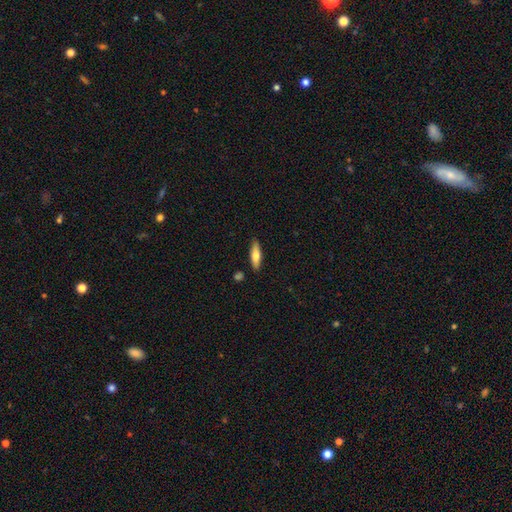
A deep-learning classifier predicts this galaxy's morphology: smooth 64%, featured or disk 30%, star or artifact 6%. Down the decision tree: how rounded — cigar-shaped (58%); merging — none (86%).